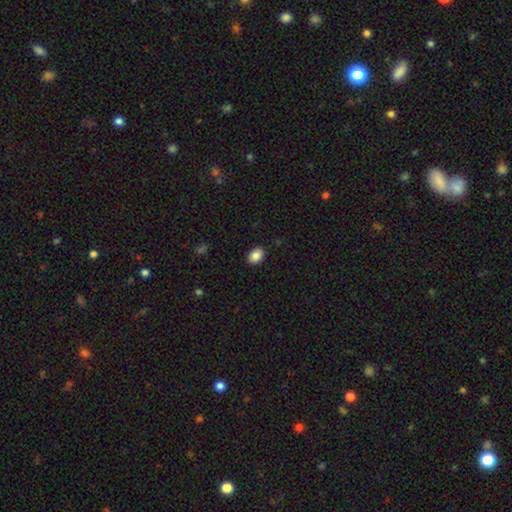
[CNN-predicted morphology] A smooth galaxy with no disk features (86%) that is in between round and cigar-shaped (68%).

Vote fractions:
- Smooth or featured? smooth: 86% / star or artifact: 8% / featured or disk: 6%
- How rounded? in between: 68% / round: 31% / cigar-shaped: 1%
- Merging? none: 90% / minor disturbance: 7% / major disturbance: 2% / merger: 1%